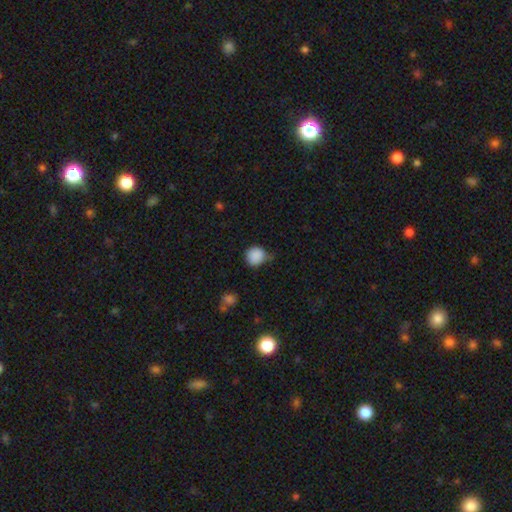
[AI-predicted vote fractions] This appears to be a smooth galaxy with no disk features (87%) that is round (89%). Merging: none (59%).